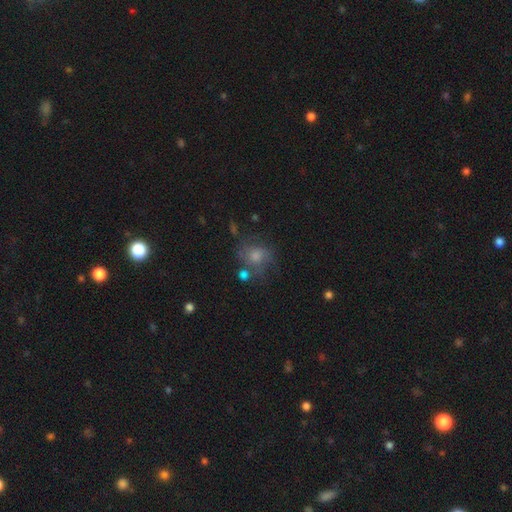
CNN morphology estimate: Overall: smooth (52%; featured or disk 33%). How rounded: round (70%). Merging: none (52%; minor disturbance 22%).